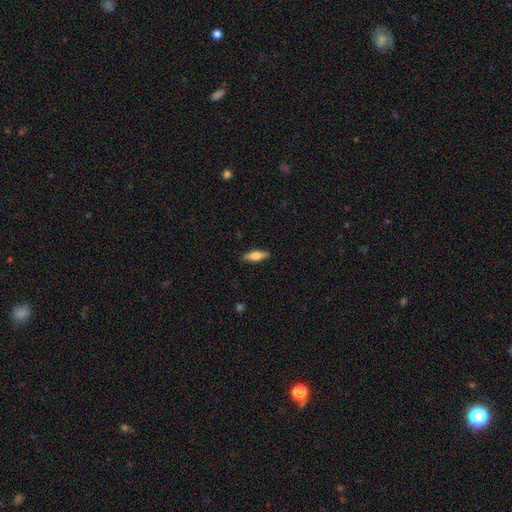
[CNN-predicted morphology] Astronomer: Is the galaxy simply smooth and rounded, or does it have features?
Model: smooth — 52% (runner-up: featured or disk, 41%).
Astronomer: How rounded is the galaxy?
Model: cigar-shaped — 50% (runner-up: in between, 47%).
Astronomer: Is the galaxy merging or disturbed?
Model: none — 88%.